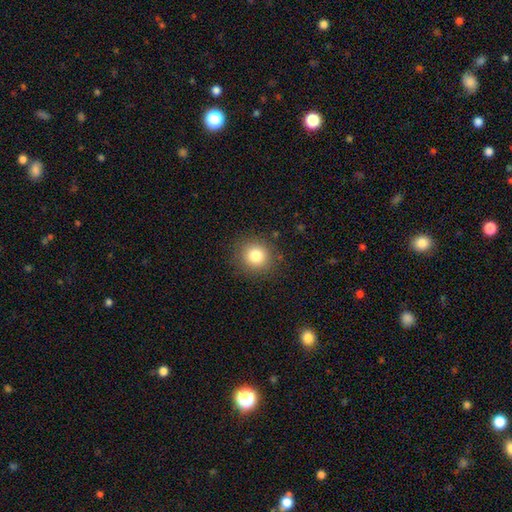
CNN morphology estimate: type=smooth (81%); roundness=round (90%); merging=none (88%).